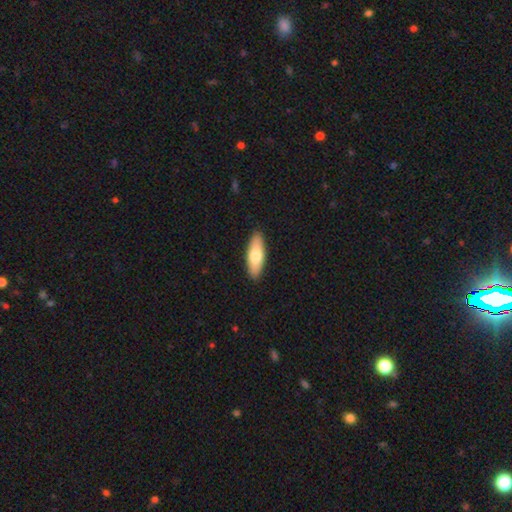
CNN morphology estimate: type=smooth (72%); roundness=in between (62%); merging=none (90%).